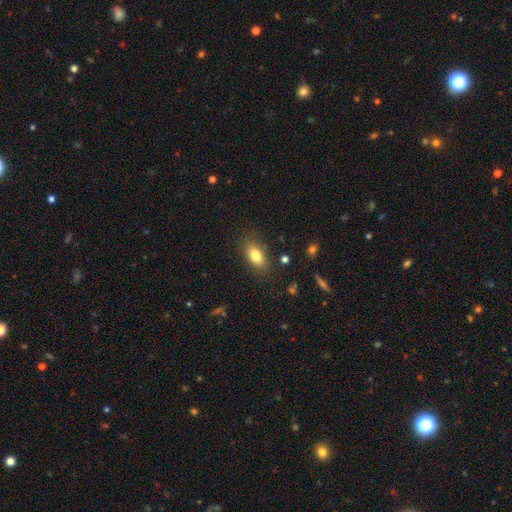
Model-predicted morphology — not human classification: Smooth or featured? Predicted: smooth (p=0.80). How rounded? Predicted: in between (p=0.87). Merging? Predicted: none (p=0.83).